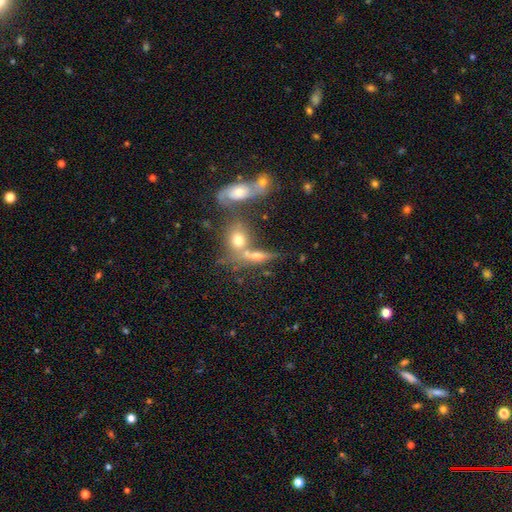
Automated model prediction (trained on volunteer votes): Overall: smooth (52%; featured or disk 33%). How rounded: in between (43%; cigar-shaped 36%). Merging: none (44%; merger 36%).